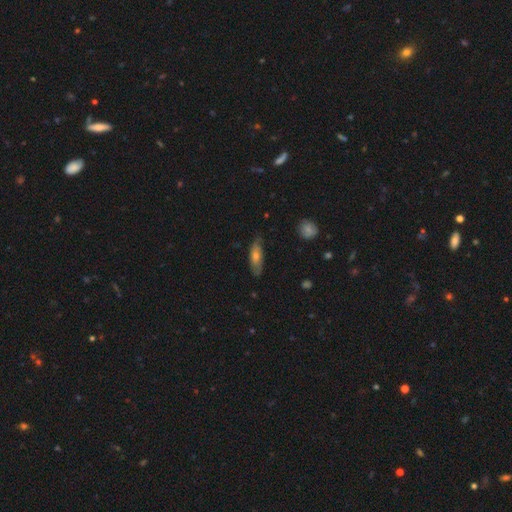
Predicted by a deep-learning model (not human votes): A smooth galaxy with no disk features (48%). Merging: none (74%).